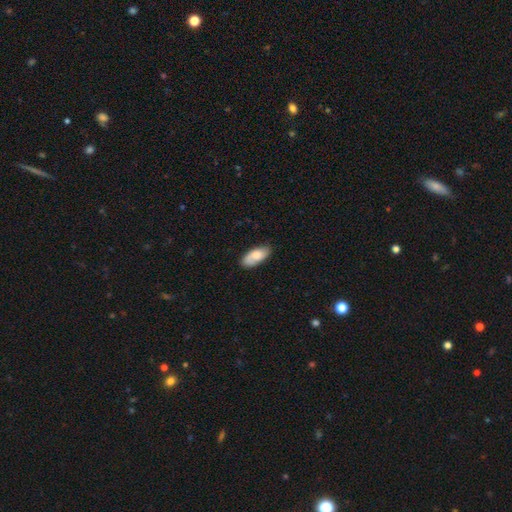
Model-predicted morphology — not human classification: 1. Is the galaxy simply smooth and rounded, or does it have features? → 74% smooth, 20% featured or disk, 6% star or artifact.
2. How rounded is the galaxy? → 88% in between, 9% cigar-shaped, 2% round.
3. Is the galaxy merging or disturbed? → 78% none, 17% minor disturbance, 3% major disturbance, 1% merger.